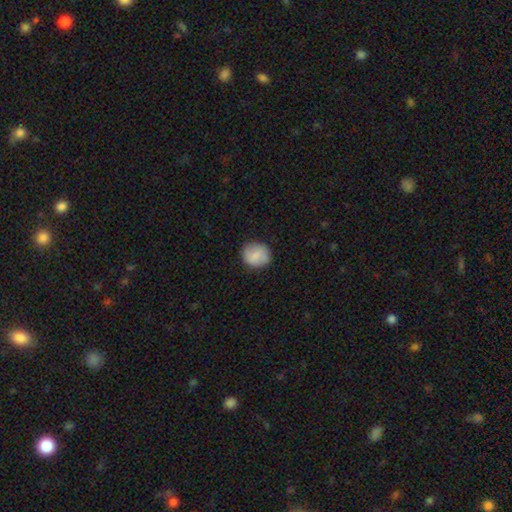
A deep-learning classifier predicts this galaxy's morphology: Smooth or featured? smooth (80%)
How rounded? round (81%)
Merging? none (83%)